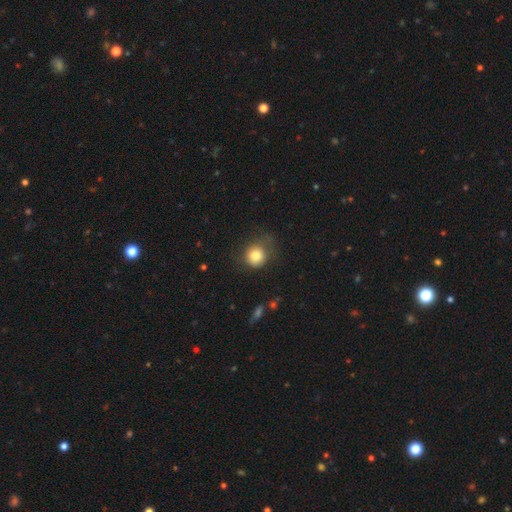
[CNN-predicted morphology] Smooth or featured? smooth (80%)
How rounded? round (83%)
Merging? none (56%)